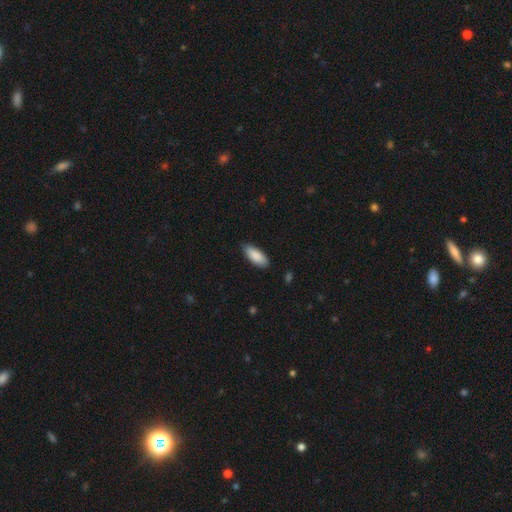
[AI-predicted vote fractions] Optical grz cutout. It shows a smooth galaxy with no disk features (89%) that is in between round and cigar-shaped (81%). Merging: none (84%).